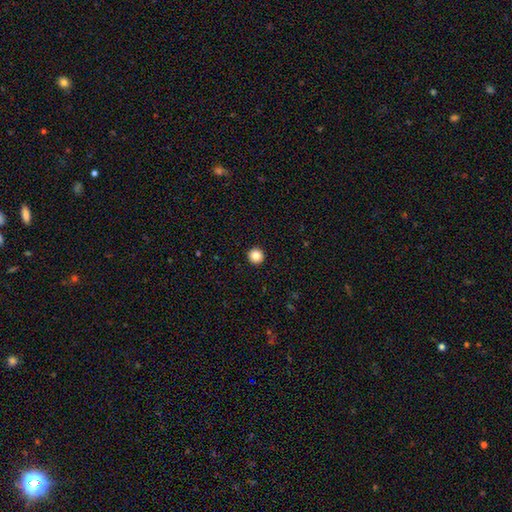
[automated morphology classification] This is clearly a smooth galaxy (84%). How rounded: clearly round (96%). Merging: clearly none (94%).